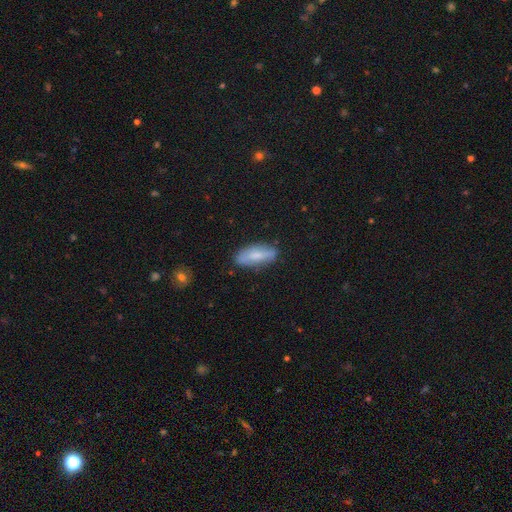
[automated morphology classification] smooth-or-featured: smooth: 66% | featured or disk: 27% | star or artifact: 7%
  how-rounded: in between: 68% | cigar-shaped: 30% | round: 2%
  merging: none: 78% | minor disturbance: 16% | major disturbance: 3% | merger: 2%